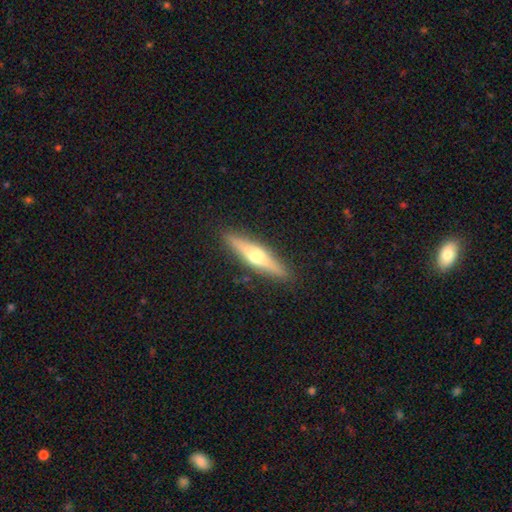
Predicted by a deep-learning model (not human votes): This is possibly a featured or disk galaxy (59%). It is clearly viewed edge-on (95%). Edge-on bulge: clearly rounded (93%). Merging: clearly none (91%).